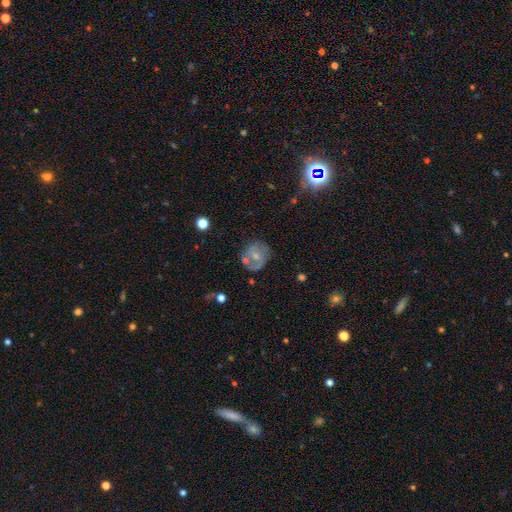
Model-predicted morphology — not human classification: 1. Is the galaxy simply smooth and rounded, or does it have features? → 48% featured or disk, 43% smooth, 9% star or artifact.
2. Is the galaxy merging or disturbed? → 60% none, 20% minor disturbance, 12% merger, 8% major disturbance.